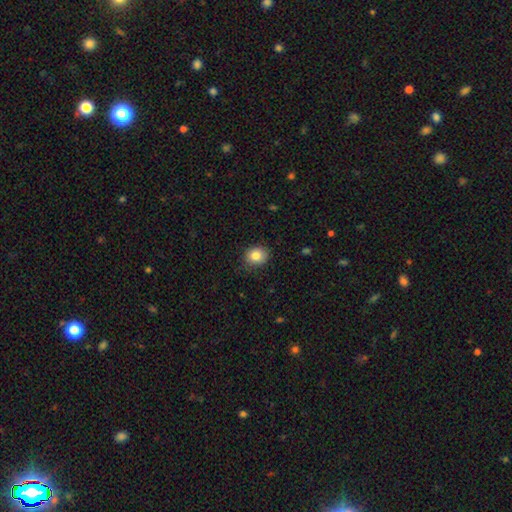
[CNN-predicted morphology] smooth 83%, star or artifact 10%, featured or disk 7%. Down the decision tree: how rounded — round (63%); merging — none (82%).